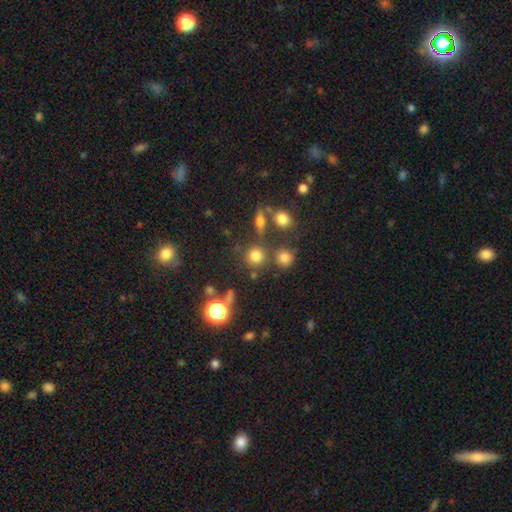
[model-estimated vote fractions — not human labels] smooth_or_featured: smooth (p=0.75) [alt: star or artifact p=0.16]
how_rounded: round (p=0.89) [alt: in between p=0.09]
merging: none (p=0.72) [alt: merger p=0.14]